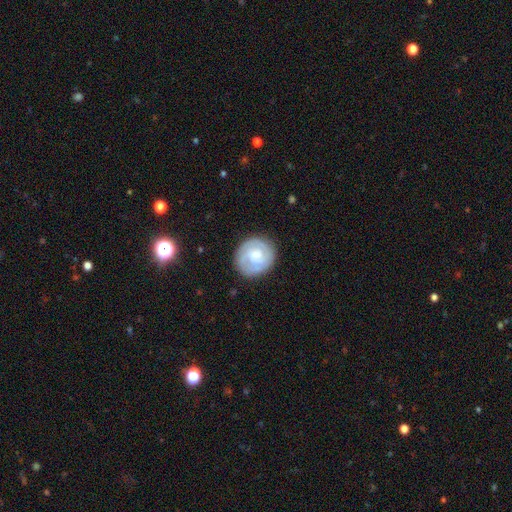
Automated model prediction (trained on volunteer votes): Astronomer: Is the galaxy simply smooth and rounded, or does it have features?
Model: featured or disk — 64%.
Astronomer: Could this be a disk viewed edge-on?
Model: no — 98%.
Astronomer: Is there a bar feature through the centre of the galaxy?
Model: no — 73%.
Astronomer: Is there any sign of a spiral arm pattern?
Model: yes — 85%.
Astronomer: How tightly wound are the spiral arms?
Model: tight — 69%.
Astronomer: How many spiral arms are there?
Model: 2 — 37% (runner-up: can't tell, 33%).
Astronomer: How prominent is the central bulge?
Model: small — 57% (runner-up: moderate, 36%).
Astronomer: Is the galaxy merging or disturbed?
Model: none — 82%.